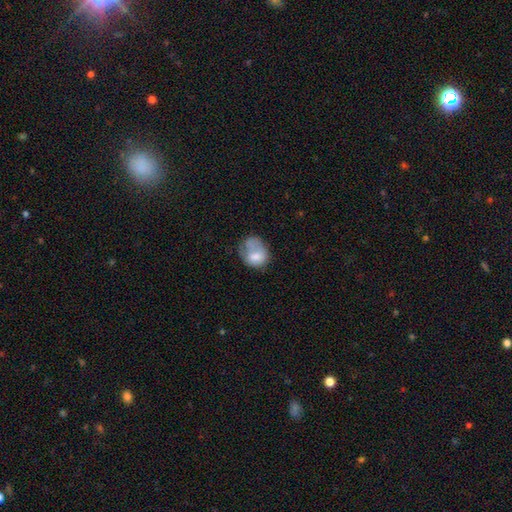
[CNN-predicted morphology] Smooth or featured? Predicted: smooth (p=0.69). How rounded? Predicted: in between (p=0.52). Merging? Predicted: none (p=0.29).